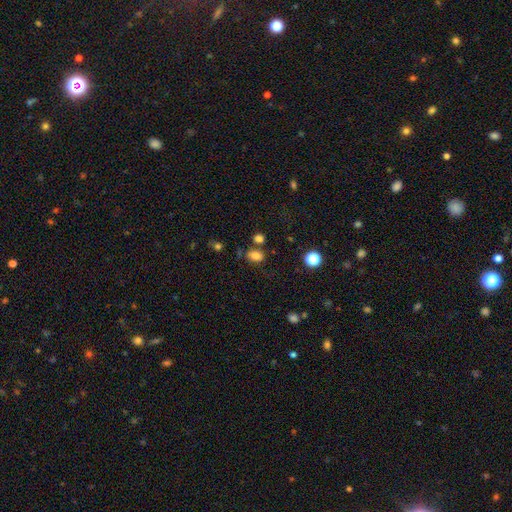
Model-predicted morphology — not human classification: Smooth or featured: smooth — 81% (star or artifact — 13%)
How rounded: in between — 81% (round — 18%)
Merging: none — 70% (minor disturbance — 15%)